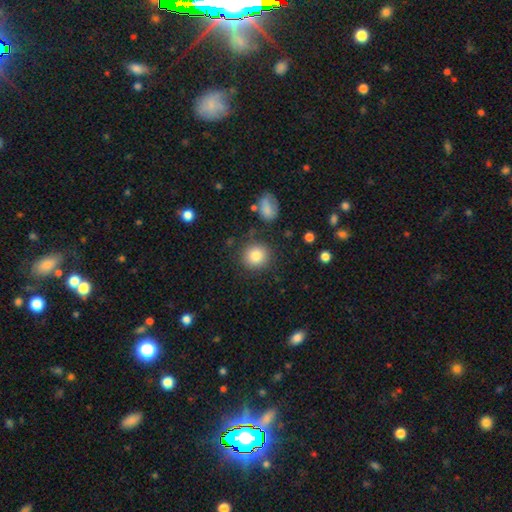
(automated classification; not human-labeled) This is clearly a smooth galaxy (84%). How rounded: clearly round (88%). Merging: clearly none (84%).